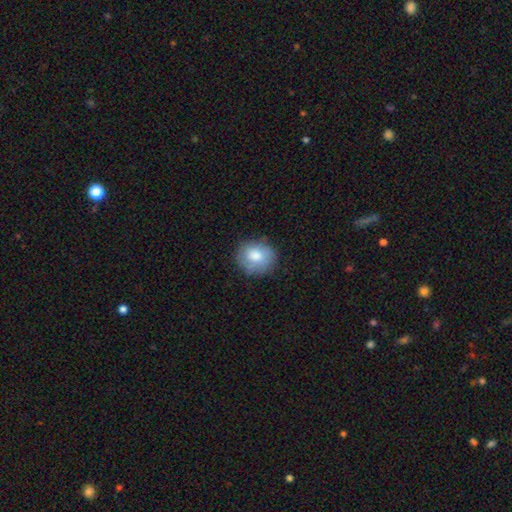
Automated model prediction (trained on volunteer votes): smooth_or_featured: smooth (p=0.77) [alt: featured or disk p=0.15]
how_rounded: round (p=0.76) [alt: in between p=0.23]
merging: none (p=0.75) [alt: minor disturbance p=0.18]